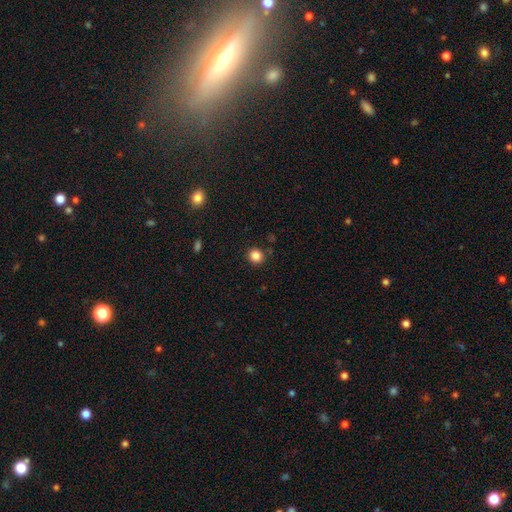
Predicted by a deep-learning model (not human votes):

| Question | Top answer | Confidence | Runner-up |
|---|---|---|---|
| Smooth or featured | smooth | 85% | star or artifact (11%) |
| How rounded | round | 88% | in between (11%) |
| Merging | none | 88% | minor disturbance (7%) |